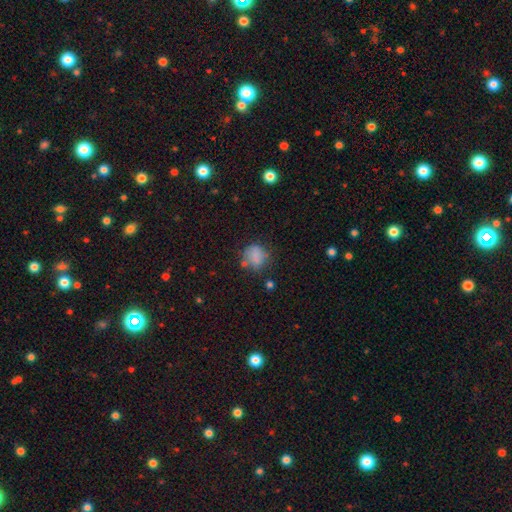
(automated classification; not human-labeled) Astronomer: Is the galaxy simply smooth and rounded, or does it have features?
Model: smooth — 76%.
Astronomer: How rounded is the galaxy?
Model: round — 65%.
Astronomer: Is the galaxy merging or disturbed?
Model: none — 57%.